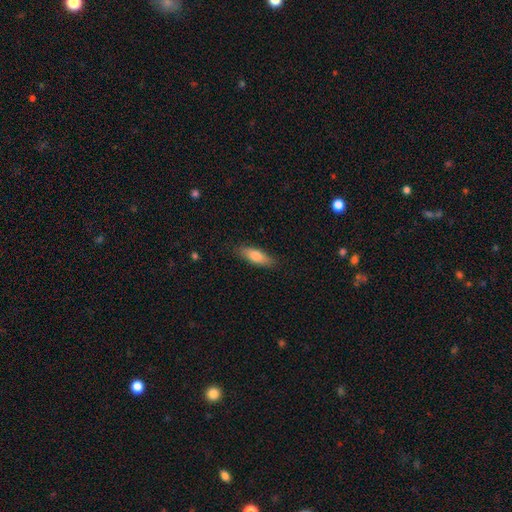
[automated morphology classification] Smooth or featured?
  - smooth: 78% *
  - featured or disk: 16%
  - star or artifact: 6%
How rounded?
  - in between: 59% *
  - cigar-shaped: 39%
  - round: 2%
Merging?
  - none: 85% *
  - minor disturbance: 11%
  - major disturbance: 2%
  - merger: 1%